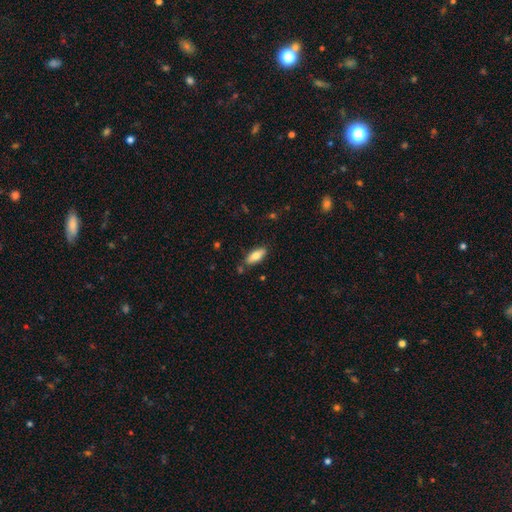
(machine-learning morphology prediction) smooth_or_featured: smooth (p=0.76) [alt: featured or disk p=0.18]
how_rounded: in between (p=0.76) [alt: cigar-shaped p=0.22]
merging: none (p=0.82) [alt: minor disturbance p=0.12]